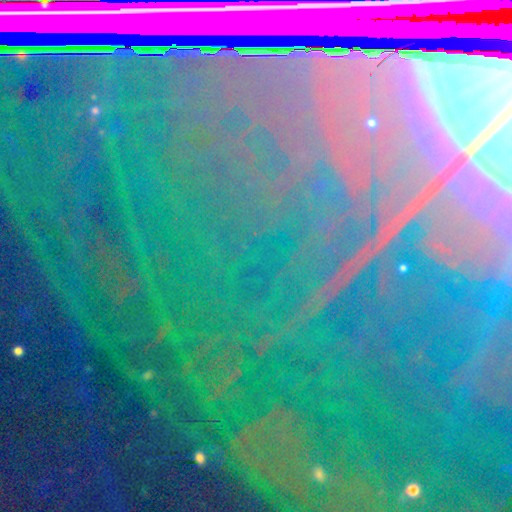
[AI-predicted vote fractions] star or artifact 87%, featured or disk 7%, smooth 6%.